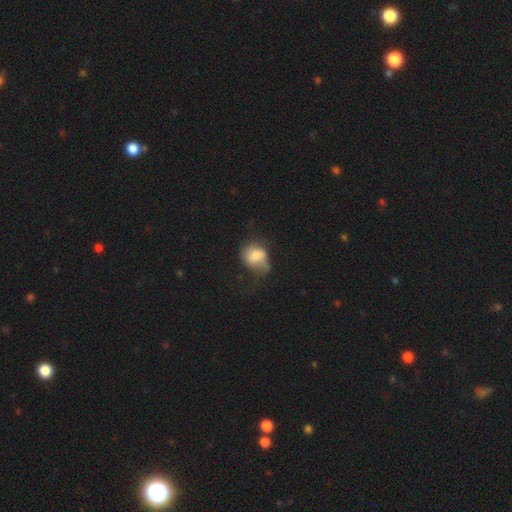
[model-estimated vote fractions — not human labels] Smooth or featured? Predicted: smooth (p=0.63). How rounded? Predicted: round (p=0.50). Merging? Predicted: minor disturbance (p=0.33).